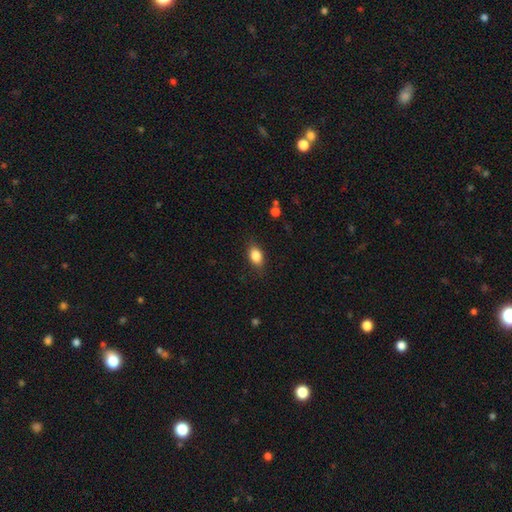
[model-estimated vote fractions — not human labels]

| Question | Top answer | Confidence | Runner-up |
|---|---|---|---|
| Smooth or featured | smooth | 85% | star or artifact (8%) |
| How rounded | in between | 82% | round (15%) |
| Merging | none | 82% | minor disturbance (14%) |